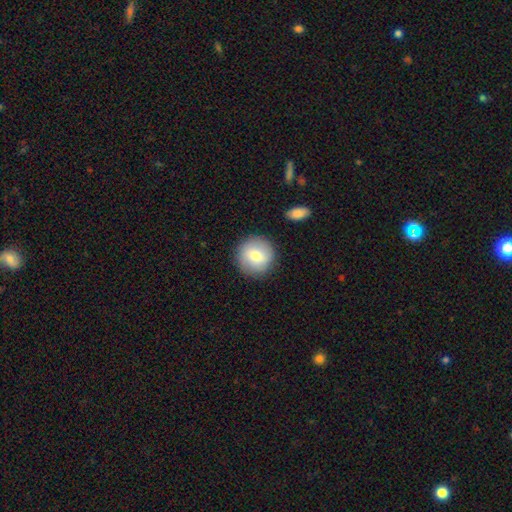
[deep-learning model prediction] Overall: smooth (76%). How rounded: round (94%). Merging: none (88%).